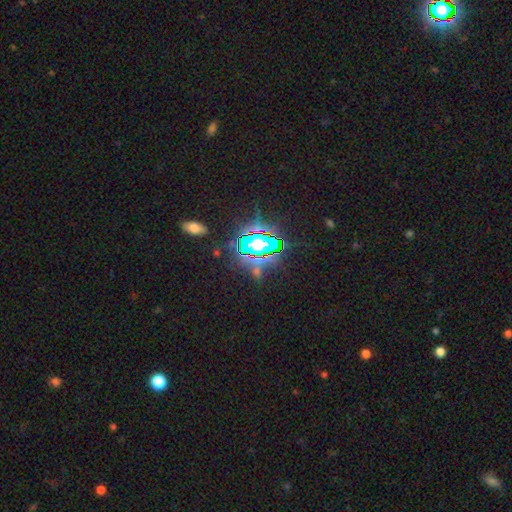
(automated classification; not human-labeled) Morphology: type=star or artifact (84%).